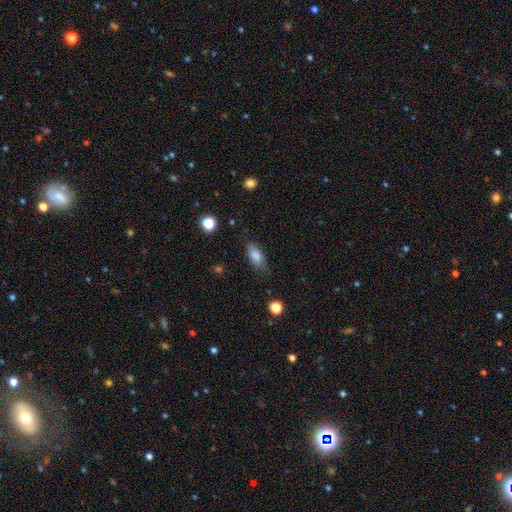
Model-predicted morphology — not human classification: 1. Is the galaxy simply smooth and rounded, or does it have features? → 84% smooth, 9% star or artifact, 7% featured or disk.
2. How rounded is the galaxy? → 84% in between, 12% cigar-shaped, 4% round.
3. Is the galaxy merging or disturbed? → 72% none, 21% minor disturbance, 5% major disturbance, 2% merger.